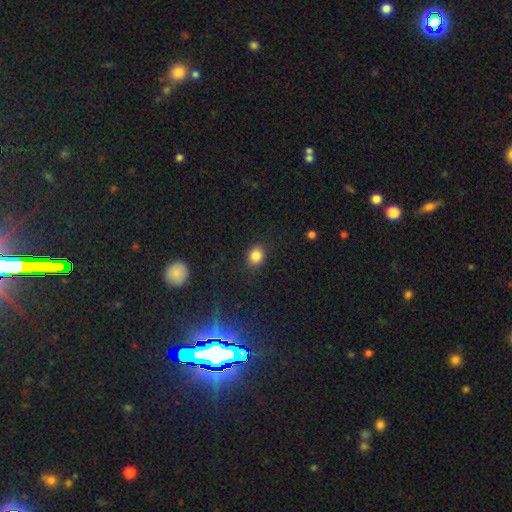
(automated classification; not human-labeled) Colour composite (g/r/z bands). It shows a smooth galaxy with no disk features (84%) that is round (60%). Merging: none (88%).